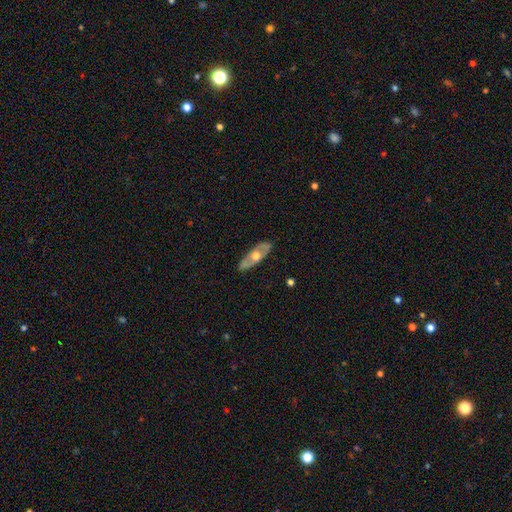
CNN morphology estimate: The model was most divided on "smooth or featured": featured or disk: 59%, smooth: 36%, star or artifact: 5%. More confident: merging — none (85%); edge-on disk — no (66%).